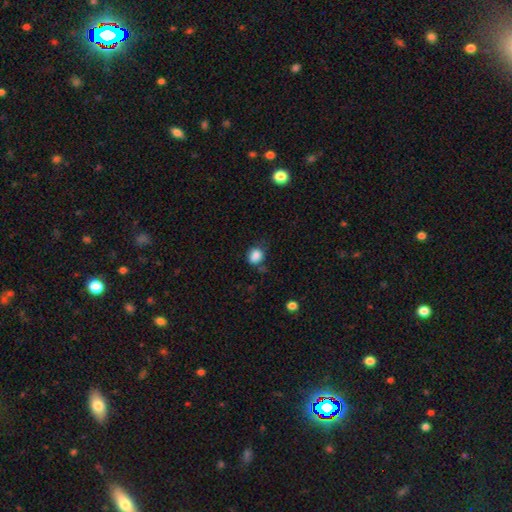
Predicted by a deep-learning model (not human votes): This appears to be a smooth galaxy with no disk features (84%) that is round (55%). Merging: none (59%).